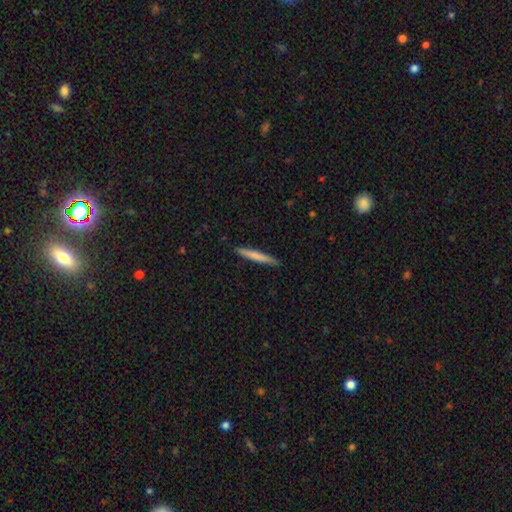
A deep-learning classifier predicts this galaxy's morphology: smooth 69%, featured or disk 26%, star or artifact 5%. Down the decision tree: how rounded — cigar-shaped (96%); merging — none (90%).